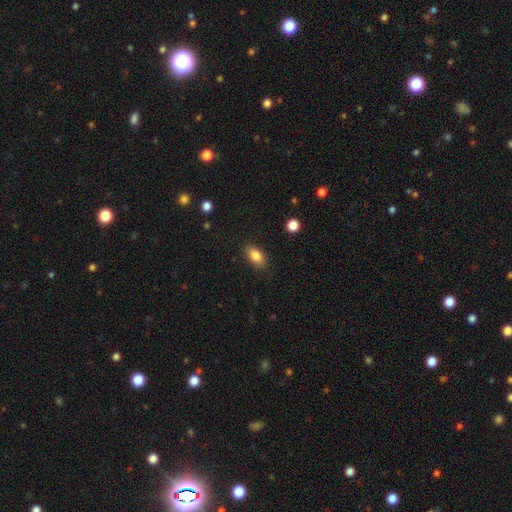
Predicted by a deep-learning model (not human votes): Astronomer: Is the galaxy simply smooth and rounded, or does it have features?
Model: smooth — 85%.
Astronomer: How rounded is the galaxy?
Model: in between — 89%.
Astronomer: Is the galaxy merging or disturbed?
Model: none — 87%.